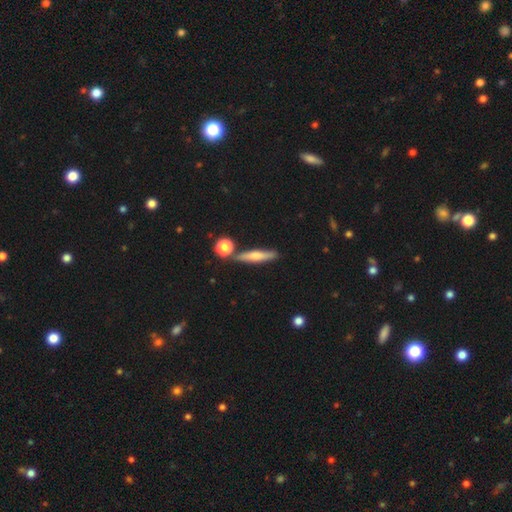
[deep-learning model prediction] Smooth or featured: smooth — 50% (featured or disk — 42%)
How rounded: cigar-shaped — 81% (in between — 14%)
Merging: none — 78% (minor disturbance — 11%)